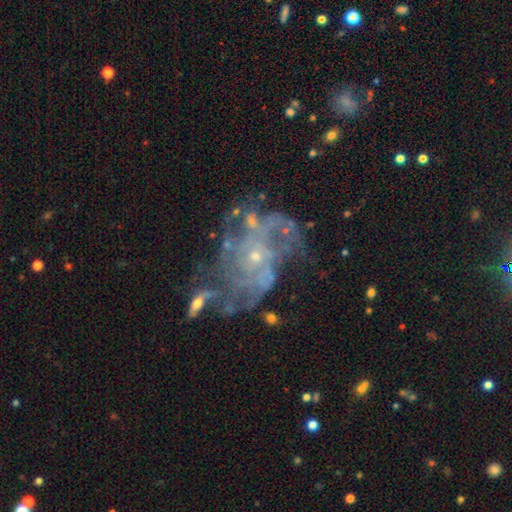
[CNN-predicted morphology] The model was most divided on "spiral winding": tight: 45%, medium: 38%, loose: 17%. Remaining: edge-on disk — no (98%); spiral arms — yes (85%); smooth or featured — featured or disk (83%); bulge size — small (80%); bar — no (77%); merging — none (50%); spiral arm count — can't tell (39%).